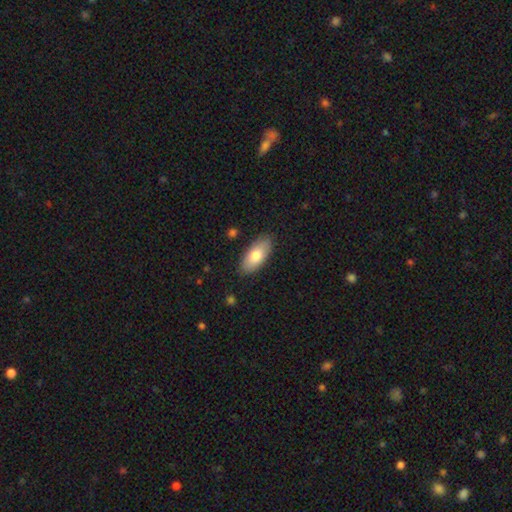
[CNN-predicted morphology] Smooth or featured: smooth — 76% (featured or disk — 18%)
How rounded: in between — 89% (cigar-shaped — 9%)
Merging: none — 86% (minor disturbance — 10%)